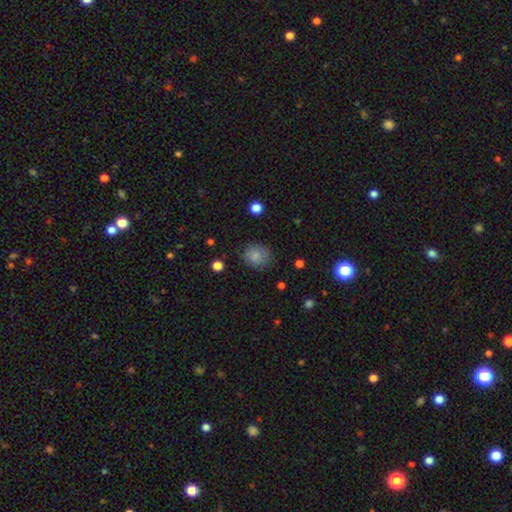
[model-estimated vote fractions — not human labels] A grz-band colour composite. It shows a smooth galaxy with no disk features (79%) that is round (76%). Merging: none (77%).